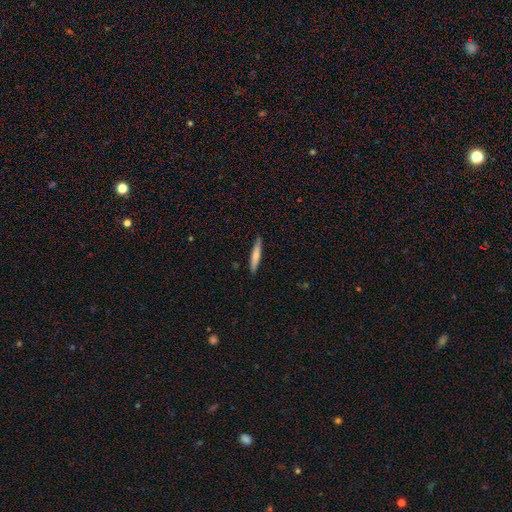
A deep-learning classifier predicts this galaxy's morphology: Smooth or featured?
  - smooth: 65% *
  - featured or disk: 30%
  - star or artifact: 5%
How rounded?
  - cigar-shaped: 93% *
  - in between: 6%
  - round: 1%
Merging?
  - none: 89% *
  - minor disturbance: 9%
  - major disturbance: 1%
  - merger: 1%